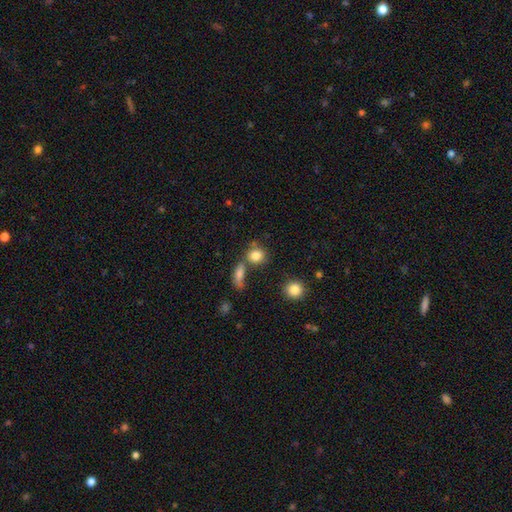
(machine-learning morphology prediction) Smooth or featured? Predicted: smooth (p=0.83). How rounded? Predicted: round (p=0.69). Merging? Predicted: none (p=0.57).